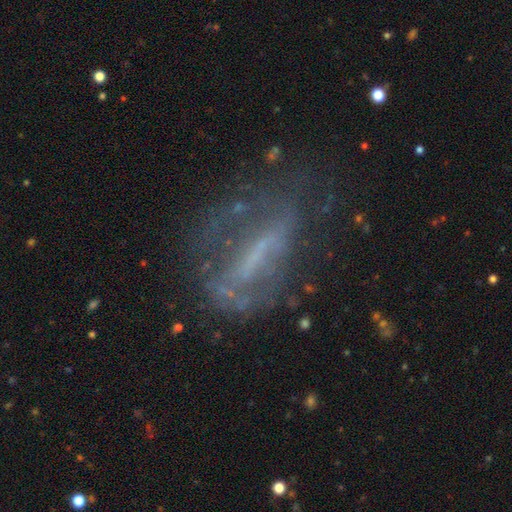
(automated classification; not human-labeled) smooth-or-featured: featured or disk: 64% | smooth: 22% | star or artifact: 15%
  disk-edge-on: no: 79% | yes: 21%
    bar: strong: 52% | no: 26% | weak: 22%
    has-spiral-arms: no: 60% | yes: 40%
    bulge-size: none: 58% | small: 24% | moderate: 12% | large: 4% | dominant: 1%
  merging: none: 50% | major disturbance: 25% | minor disturbance: 22% | merger: 3%